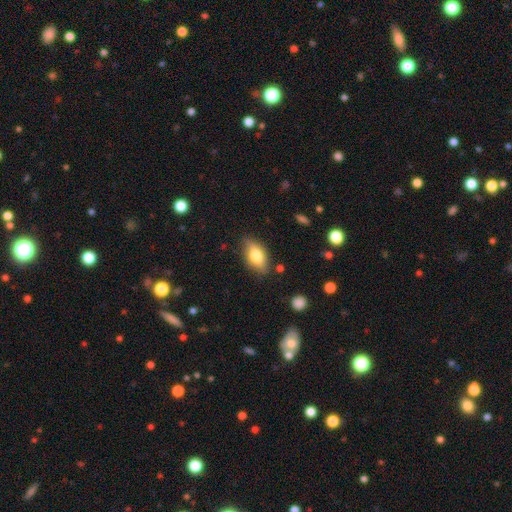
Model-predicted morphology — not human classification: This appears to be a smooth galaxy with no disk features (67%) that is in between round and cigar-shaped (86%). Merging: none (79%).